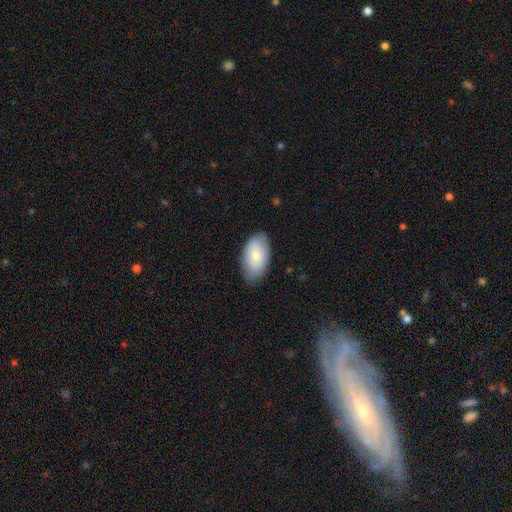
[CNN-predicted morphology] Smooth or featured?
  - smooth: 78% *
  - featured or disk: 16%
  - star or artifact: 6%
How rounded?
  - in between: 95% *
  - round: 4%
  - cigar-shaped: 1%
Merging?
  - none: 80% *
  - minor disturbance: 16%
  - major disturbance: 3%
  - merger: 1%